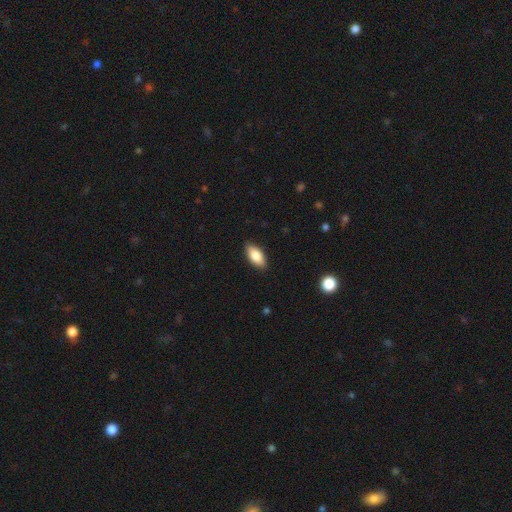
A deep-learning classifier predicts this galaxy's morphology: smooth_or_featured: smooth (p=0.84) [alt: featured or disk p=0.10]
how_rounded: in between (p=0.89) [alt: cigar-shaped p=0.08]
merging: none (p=0.88) [alt: minor disturbance p=0.09]